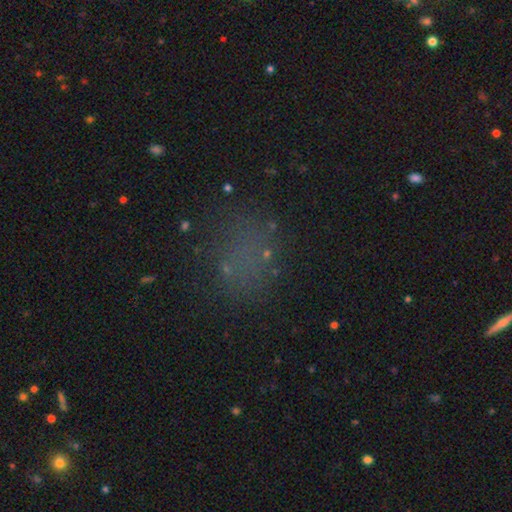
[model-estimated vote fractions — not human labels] Q: Smooth or featured?
A: smooth (47%); runner-up: star or artifact (40%)
Q: Merging?
A: none (72%); runner-up: minor disturbance (14%)